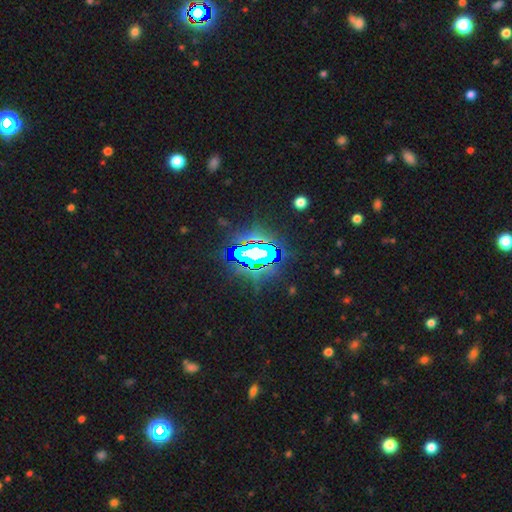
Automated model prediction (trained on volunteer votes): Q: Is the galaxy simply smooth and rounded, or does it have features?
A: star or artifact — 75%.